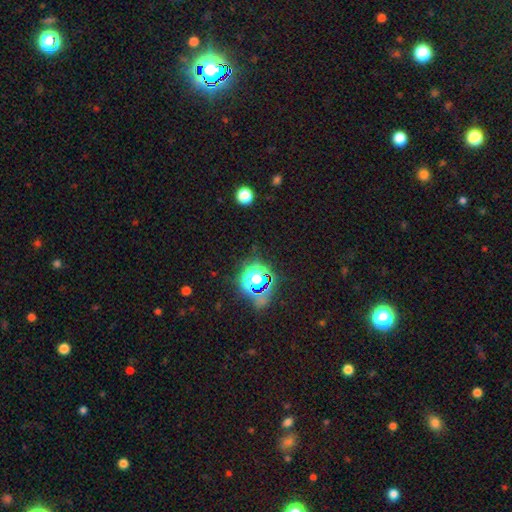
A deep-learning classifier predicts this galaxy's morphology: star or artifact 75%, smooth 18%, featured or disk 7%.